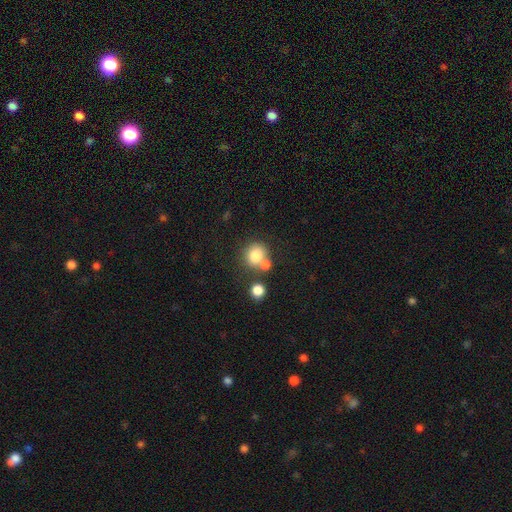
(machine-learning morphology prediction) The model was most divided on "merging": none: 52%, merger: 34%, minor disturbance: 10%, major disturbance: 4%. More confident: how rounded — round (80%); smooth or featured — smooth (79%).